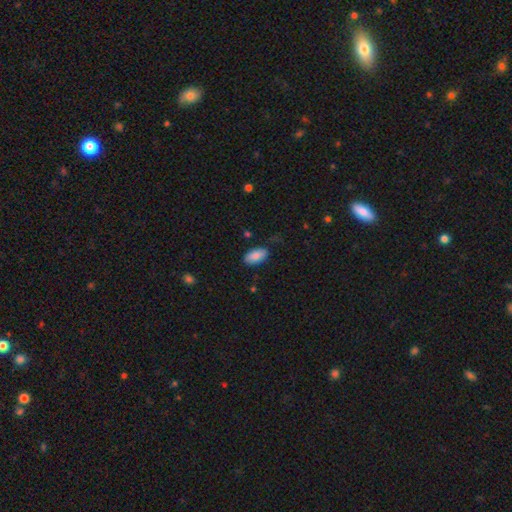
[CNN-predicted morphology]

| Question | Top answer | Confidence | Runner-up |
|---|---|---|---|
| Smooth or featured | smooth | 86% | featured or disk (7%) |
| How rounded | in between | 94% | cigar-shaped (3%) |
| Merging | none | 80% | minor disturbance (15%) |